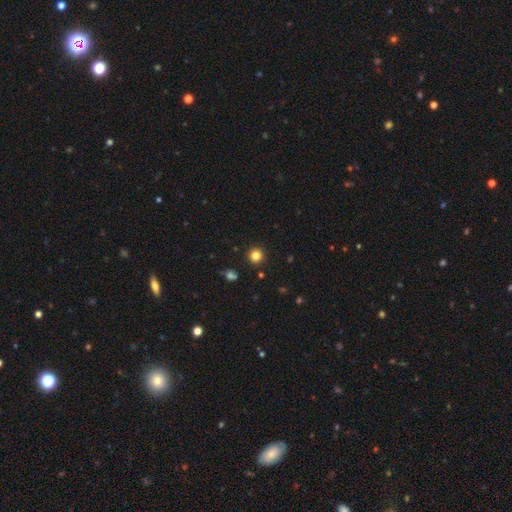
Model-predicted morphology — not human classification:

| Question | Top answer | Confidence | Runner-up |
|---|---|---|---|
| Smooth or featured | smooth | 82% | star or artifact (13%) |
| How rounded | round | 95% | in between (4%) |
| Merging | none | 92% | minor disturbance (5%) |